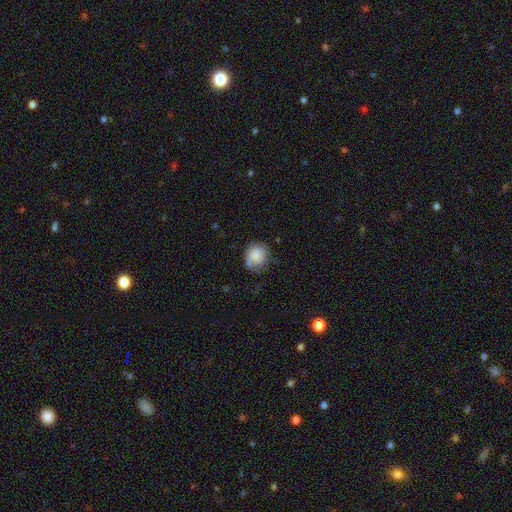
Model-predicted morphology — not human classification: Overall: smooth (77%). How rounded: round (82%). Merging: none (63%; minor disturbance 24%).